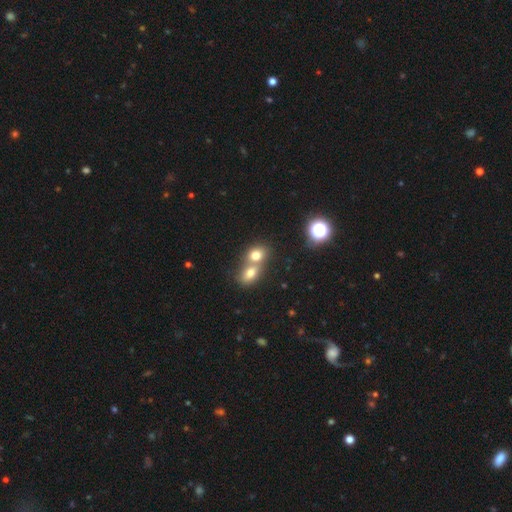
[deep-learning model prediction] A smooth galaxy with no disk features (74%) that is round (50%).

Vote fractions:
- Smooth or featured? smooth: 74% / star or artifact: 14% / featured or disk: 13%
- How rounded? round: 50% / in between: 48% / cigar-shaped: 1%
- Merging? merger: 64% / none: 28% / minor disturbance: 6% / major disturbance: 3%